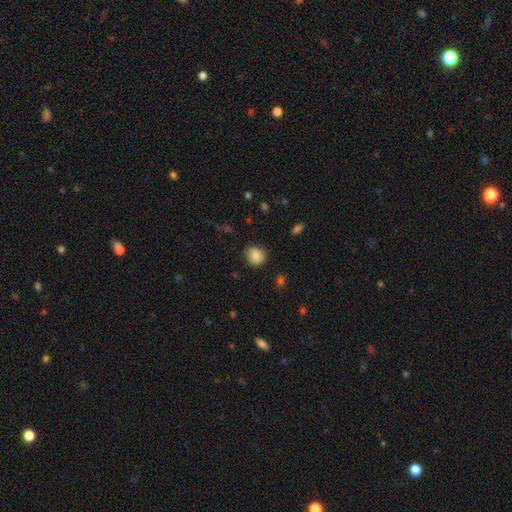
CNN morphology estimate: Smooth or featured? smooth (82%)
How rounded? round (79%)
Merging? none (80%)